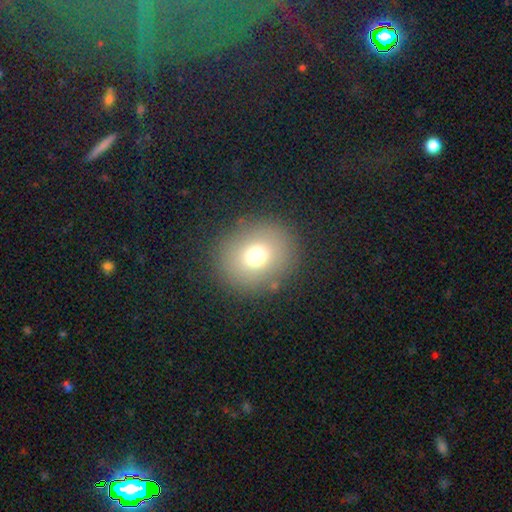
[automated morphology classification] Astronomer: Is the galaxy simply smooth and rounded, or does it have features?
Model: smooth — 71%.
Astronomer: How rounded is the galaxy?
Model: round — 80%.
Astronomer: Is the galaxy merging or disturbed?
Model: none — 86%.